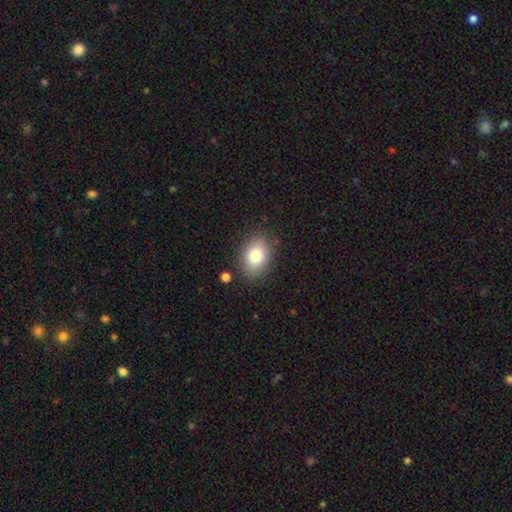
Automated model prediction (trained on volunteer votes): Smooth or featured? Predicted: smooth (p=0.80). How rounded? Predicted: in between (p=0.74). Merging? Predicted: none (p=0.84).